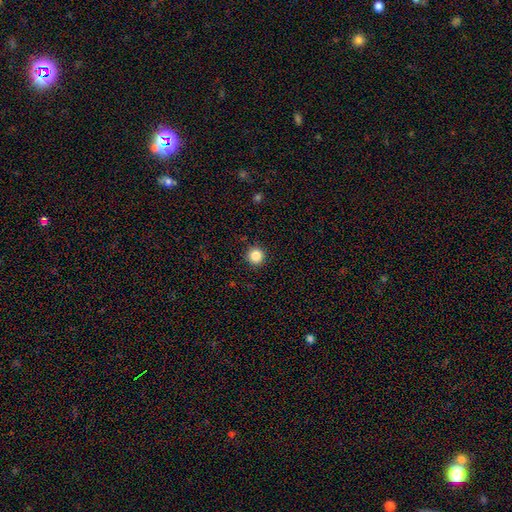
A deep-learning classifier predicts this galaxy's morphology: smooth-or-featured: smooth: 85% | star or artifact: 11% | featured or disk: 4%
  how-rounded: round: 95% | in between: 4% | cigar-shaped: 1%
  merging: none: 91% | minor disturbance: 6% | major disturbance: 2% | merger: 1%